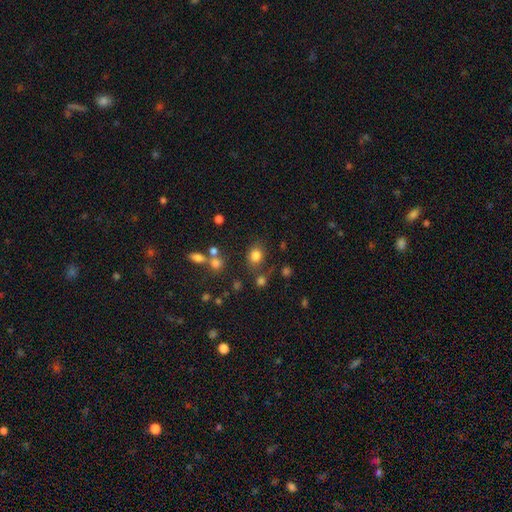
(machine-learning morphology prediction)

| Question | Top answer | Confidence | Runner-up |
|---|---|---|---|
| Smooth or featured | smooth | 79% | star or artifact (14%) |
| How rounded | round | 56% | in between (43%) |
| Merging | none | 71% | minor disturbance (14%) |